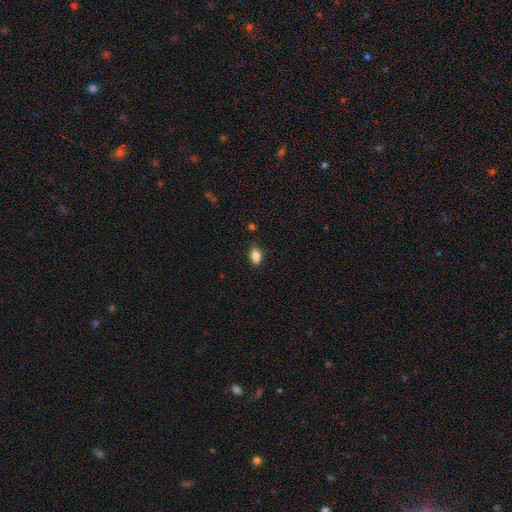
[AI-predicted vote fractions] Smooth or featured? Predicted: smooth (p=0.86). How rounded? Predicted: in between (p=0.88). Merging? Predicted: none (p=0.86).